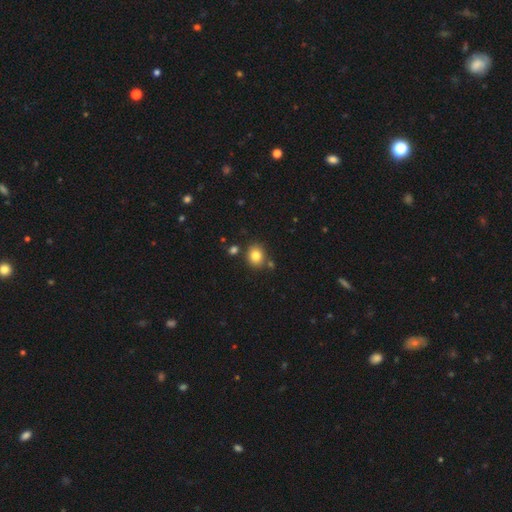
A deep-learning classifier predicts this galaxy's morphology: Overall: smooth (82%). How rounded: round (67%; in between 32%). Merging: none (79%).